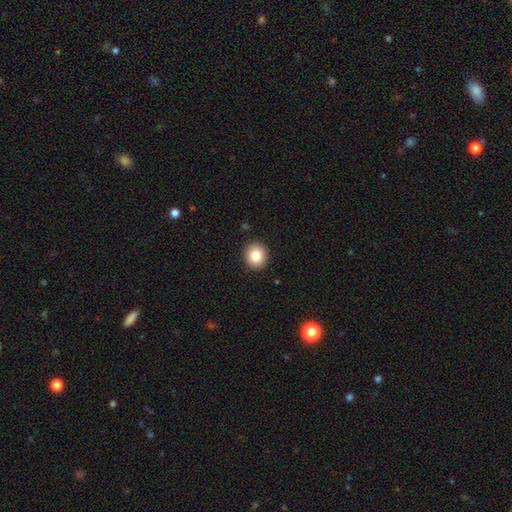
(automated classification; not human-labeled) Smooth or featured? Predicted: smooth (p=0.84). How rounded? Predicted: round (p=0.78). Merging? Predicted: none (p=0.91).